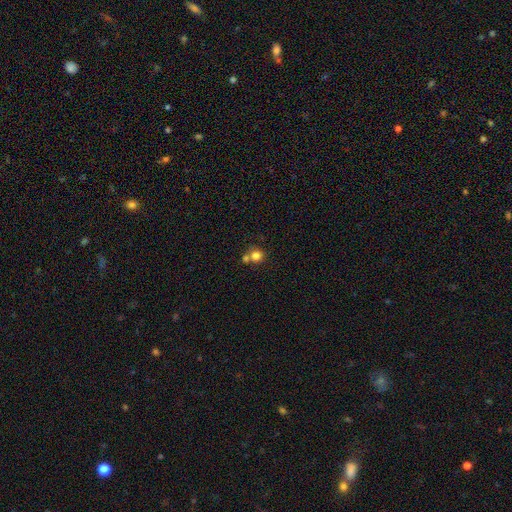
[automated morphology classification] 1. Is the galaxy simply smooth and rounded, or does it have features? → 80% smooth, 12% star or artifact, 8% featured or disk.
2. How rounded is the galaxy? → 89% round, 10% in between, 1% cigar-shaped.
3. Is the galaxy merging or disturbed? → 53% none, 36% merger, 8% minor disturbance, 3% major disturbance.